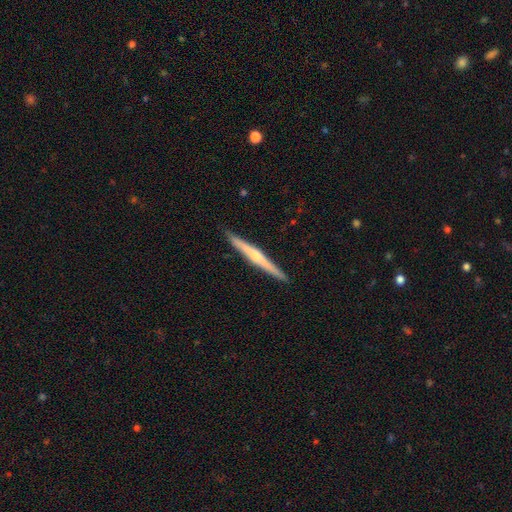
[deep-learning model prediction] featured or disk 65%, smooth 29%, star or artifact 5%. Down the decision tree: edge-on disk — yes (98%); edge-on bulge — rounded (67%); merging — none (91%).